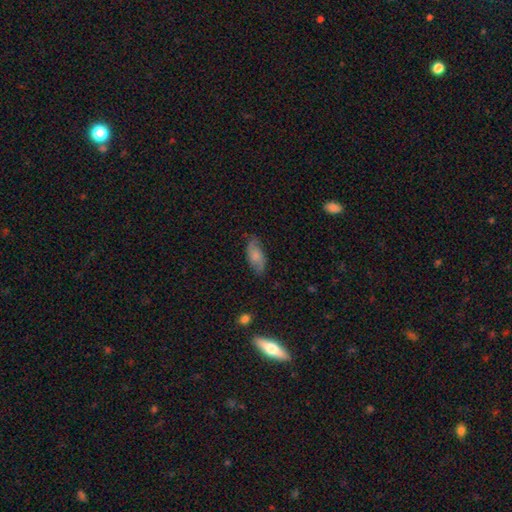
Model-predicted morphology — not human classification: smooth-or-featured: smooth: 61% | featured or disk: 31% | star or artifact: 8%
  how-rounded: in between: 87% | cigar-shaped: 10% | round: 3%
  merging: none: 73% | minor disturbance: 20% | major disturbance: 5% | merger: 1%